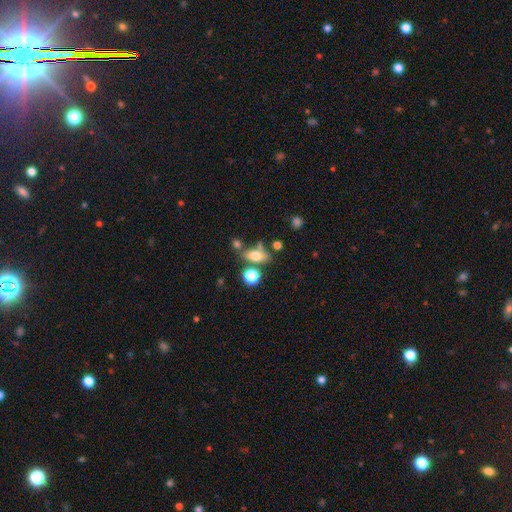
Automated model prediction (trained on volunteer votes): This appears to be a smooth galaxy with no disk features (71%) that is in between round and cigar-shaped (76%). Merging: none (56%).